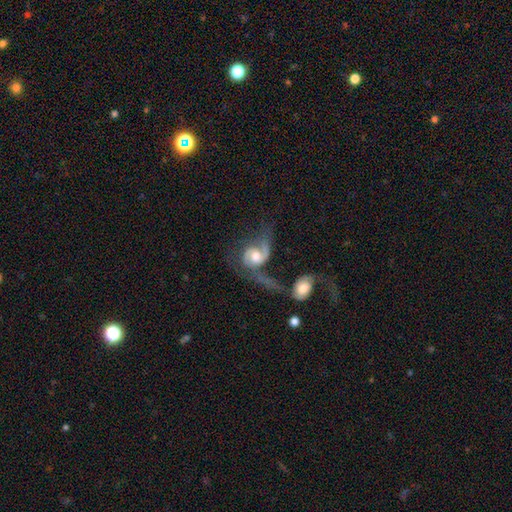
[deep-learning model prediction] Smooth or featured: featured or disk — 80% (smooth — 15%)
Edge-on disk: no — 97% (yes — 3%)
Bar: no — 61% (weak — 32%)
Spiral arms: yes — 92% (no — 8%)
Spiral winding: medium — 43% (loose — 37%)
Spiral arm count: 2 — 73% (1 — 18%)
Bulge size: moderate — 67% (large — 17%)
Merging: major disturbance — 34% (merger — 27%)